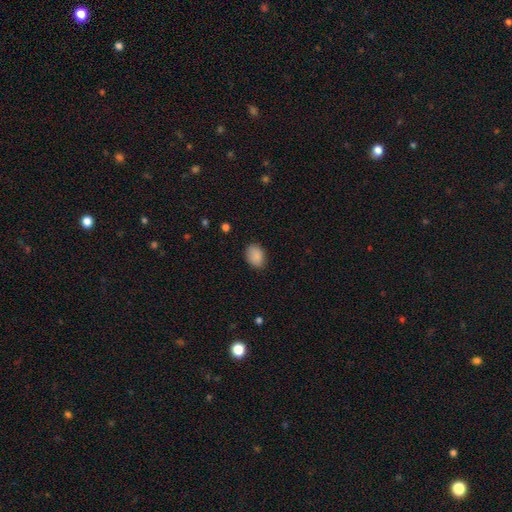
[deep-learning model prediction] smooth_or_featured: smooth (p=0.89) [alt: star or artifact p=0.08]
how_rounded: in between (p=0.74) [alt: round p=0.25]
merging: none (p=0.85) [alt: minor disturbance p=0.12]